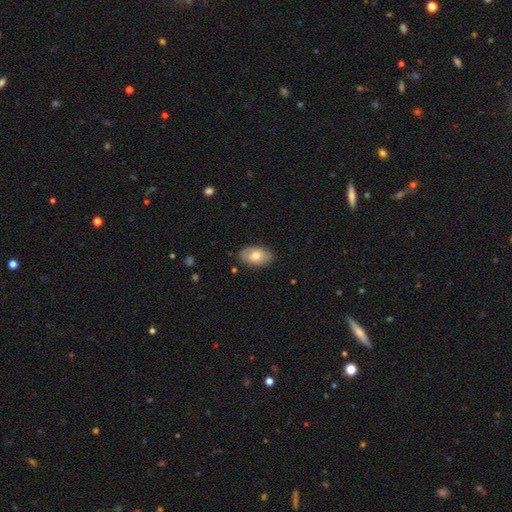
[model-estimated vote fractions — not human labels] smooth 74%, featured or disk 20%, star or artifact 6%. Down the decision tree: how rounded — in between (93%); merging — none (85%).